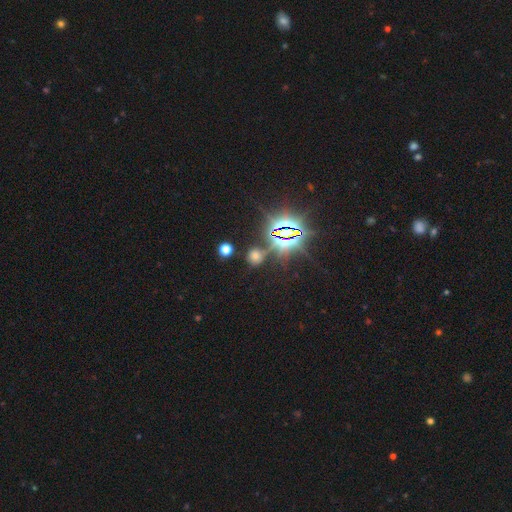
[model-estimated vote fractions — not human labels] Smooth or featured: star or artifact — 50% (smooth — 41%)